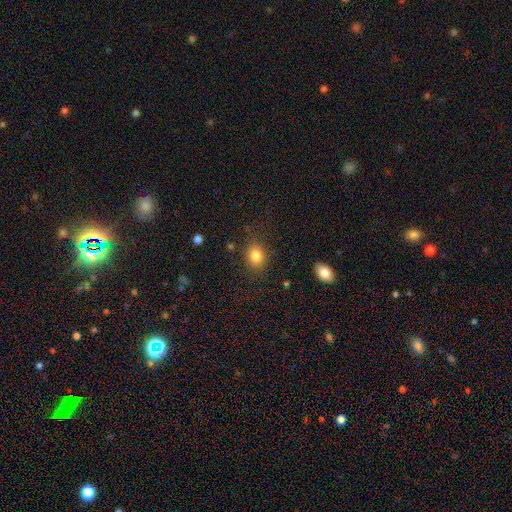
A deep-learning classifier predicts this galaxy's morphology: This is clearly a smooth galaxy (83%). How rounded: likely in between (63%). Merging: likely none (80%).